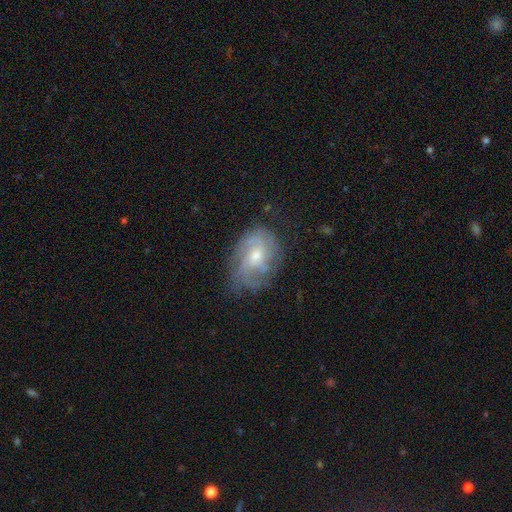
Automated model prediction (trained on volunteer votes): Q: Smooth or featured?
A: featured or disk (72%); runner-up: smooth (20%)
Q: Edge-on disk?
A: no (97%); runner-up: yes (3%)
Q: Bar?
A: no (64%); runner-up: weak (31%)
Q: Spiral arms?
A: yes (86%); runner-up: no (14%)
Q: Spiral winding?
A: tight (47%); runner-up: medium (37%)
Q: Spiral arm count?
A: can't tell (42%); runner-up: 2 (21%)
Q: Bulge size?
A: moderate (56%); runner-up: small (37%)
Q: Merging?
A: none (62%); runner-up: minor disturbance (25%)